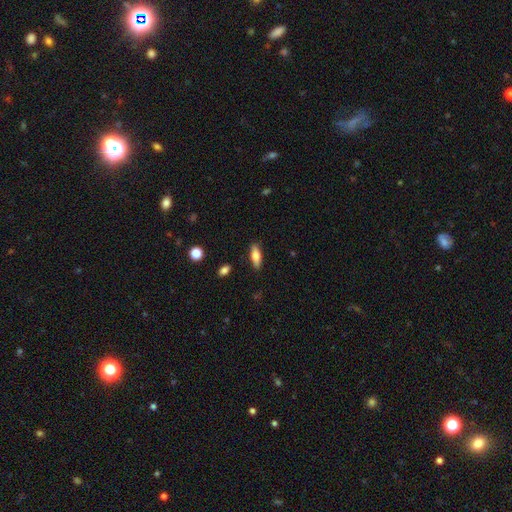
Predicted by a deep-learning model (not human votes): Morphology: type=smooth (75%); roundness=in between (64%); merging=none (85%).